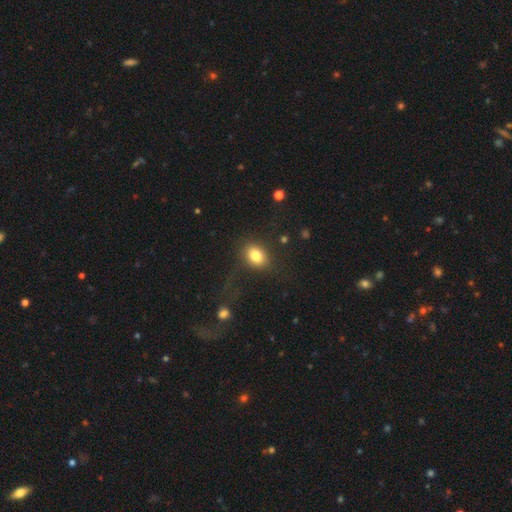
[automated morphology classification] This is clearly a smooth galaxy (82%). How rounded: likely in between (70%). Merging: likely none (77%).